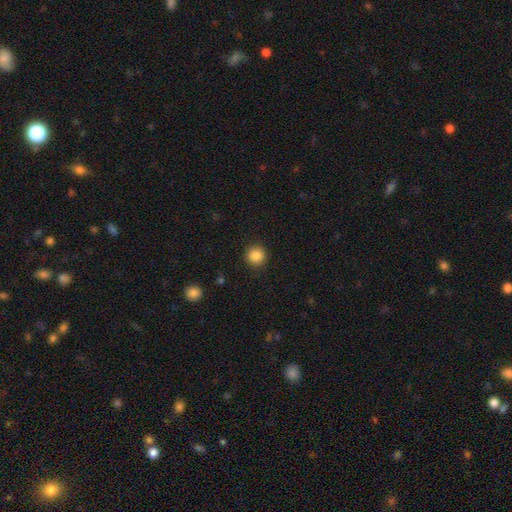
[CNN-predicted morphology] This appears to be a smooth galaxy with no disk features (86%) that is round (93%). Merging: none (91%).